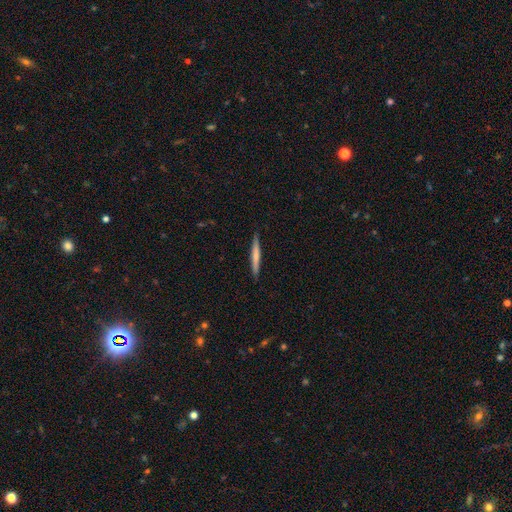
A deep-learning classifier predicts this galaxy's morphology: Smooth or featured? smooth (62%)
How rounded? cigar-shaped (96%)
Merging? none (91%)